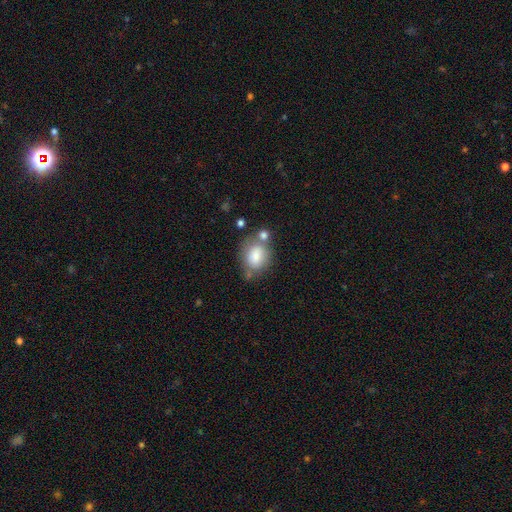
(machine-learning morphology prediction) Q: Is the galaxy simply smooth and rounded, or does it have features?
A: smooth — 78%.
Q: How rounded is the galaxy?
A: in between — 56%.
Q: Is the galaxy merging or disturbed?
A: none — 51%.